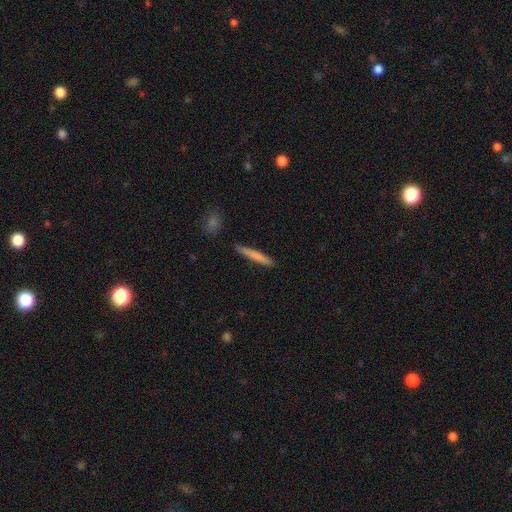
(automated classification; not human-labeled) smooth_or_featured: smooth (p=0.77) [alt: featured or disk p=0.17]
how_rounded: cigar-shaped (p=0.95) [alt: in between p=0.04]
merging: none (p=0.87) [alt: minor disturbance p=0.09]